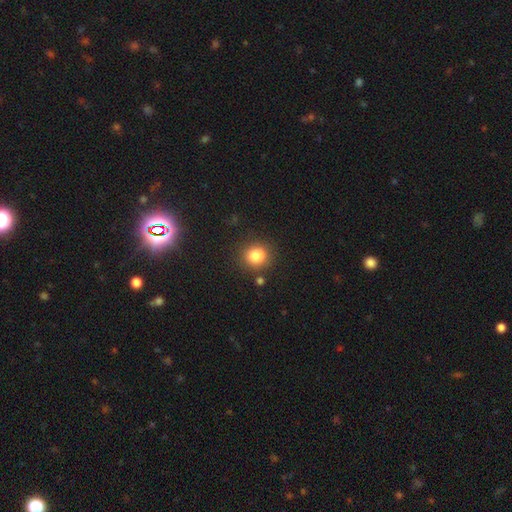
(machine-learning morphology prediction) This is clearly a smooth galaxy (83%). How rounded: clearly round (82%). Merging: clearly none (81%).